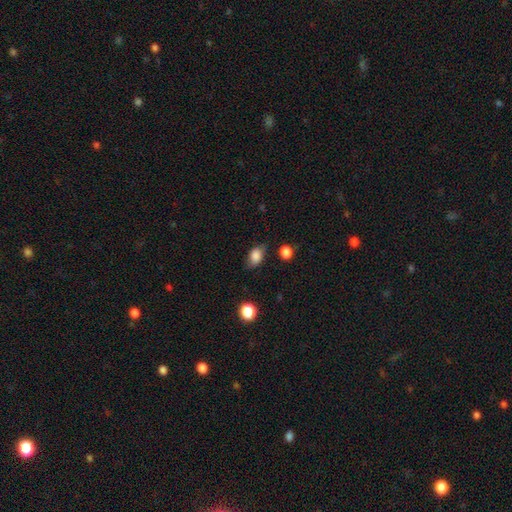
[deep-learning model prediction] Overall: smooth (84%). How rounded: in between (81%). Merging: none (73%).